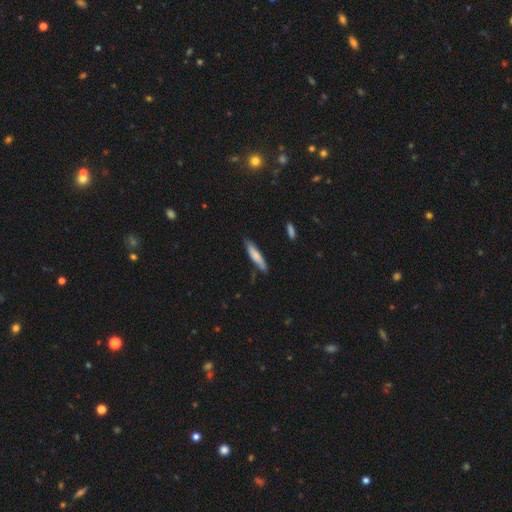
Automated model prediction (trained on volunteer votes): A smooth galaxy with no disk features (73%) that is cigar-shaped (84%). Merging: none (73%).